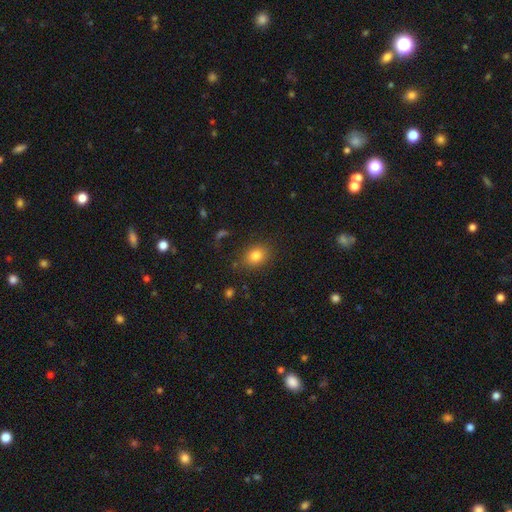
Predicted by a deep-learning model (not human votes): Overall: smooth (82%). How rounded: in between (51%; round 48%). Merging: none (82%).